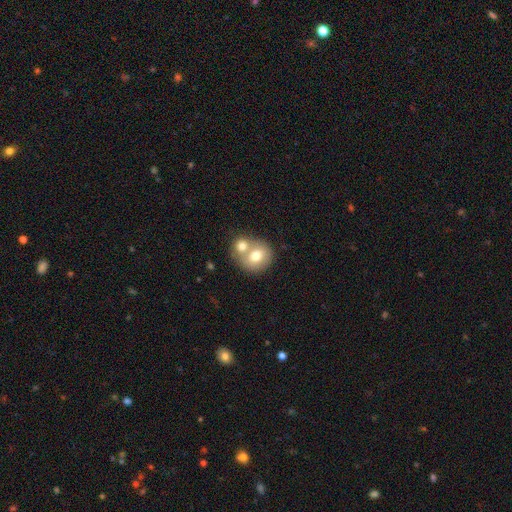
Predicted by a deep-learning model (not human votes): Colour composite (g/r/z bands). It shows a smooth galaxy with no disk features (70%) that is round (77%). Merging: merger (57%).